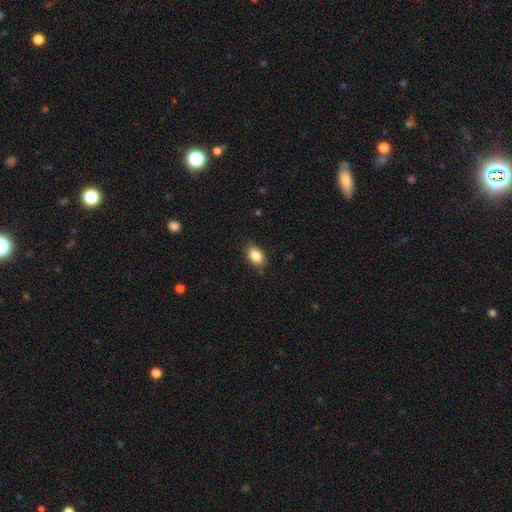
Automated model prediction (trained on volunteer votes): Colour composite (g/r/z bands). It shows a smooth galaxy with no disk features (85%) that is in between round and cigar-shaped (75%). Merging: none (80%).